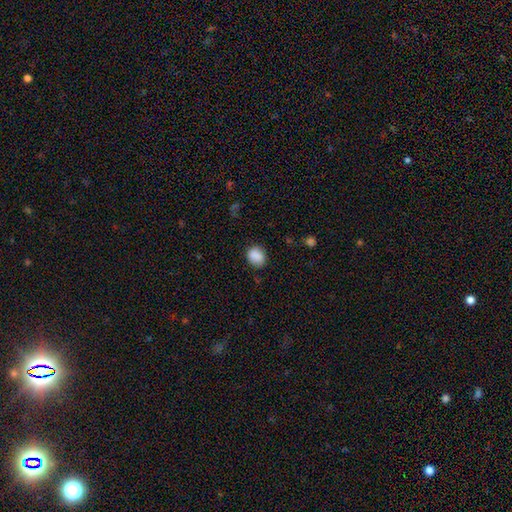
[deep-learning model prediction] A smooth galaxy with no disk features (88%) that is round (57%).

Vote fractions:
- Smooth or featured? smooth: 88% / star or artifact: 8% / featured or disk: 3%
- How rounded? round: 57% / in between: 42% / cigar-shaped: 1%
- Merging? none: 82% / minor disturbance: 13% / major disturbance: 4% / merger: 1%